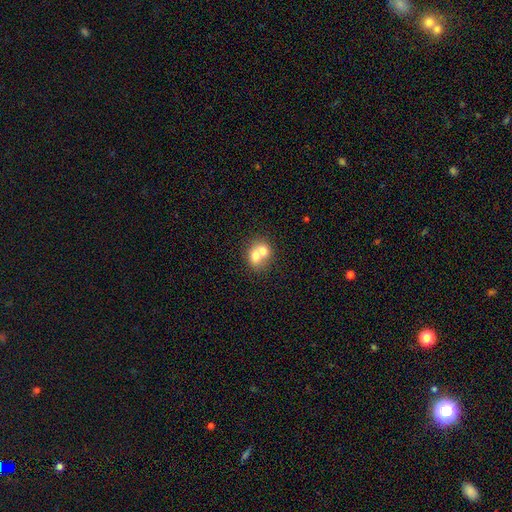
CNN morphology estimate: Q: Smooth or featured?
A: smooth (66%); runner-up: featured or disk (24%)
Q: How rounded?
A: round (63%); runner-up: in between (37%)
Q: Merging?
A: merger (70%); runner-up: none (22%)